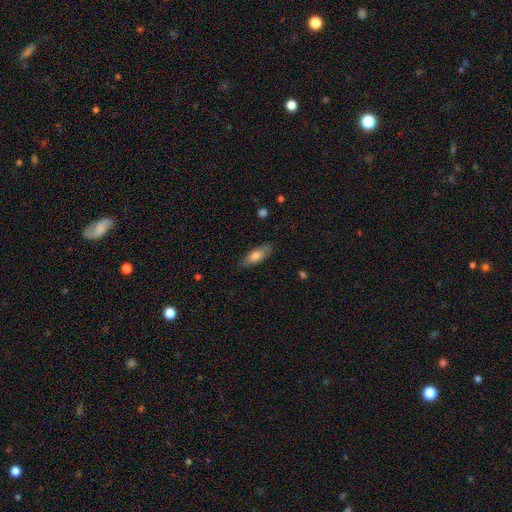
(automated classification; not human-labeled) This appears to be a smooth galaxy with no disk features (72%) that is in between round and cigar-shaped (61%). Merging: none (82%).